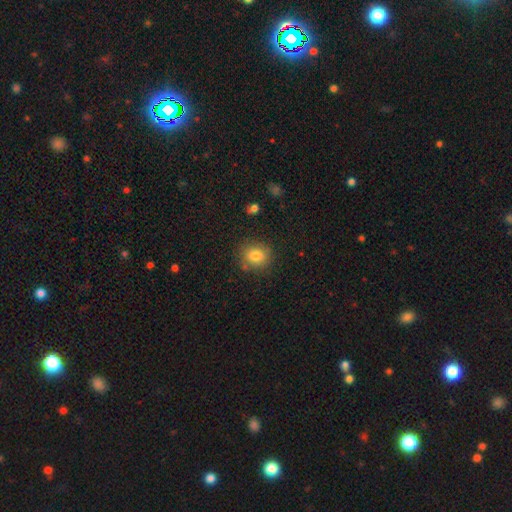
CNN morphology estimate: type=smooth (81%); roundness=round (73%); merging=none (81%).